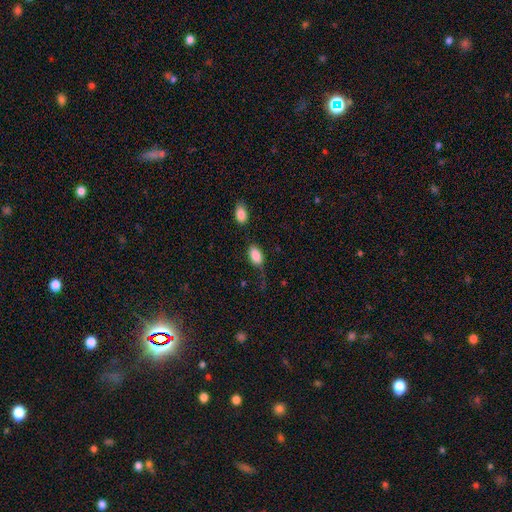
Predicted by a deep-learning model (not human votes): Overall: smooth (86%). How rounded: in between (91%). Merging: none (53%; minor disturbance 26%).